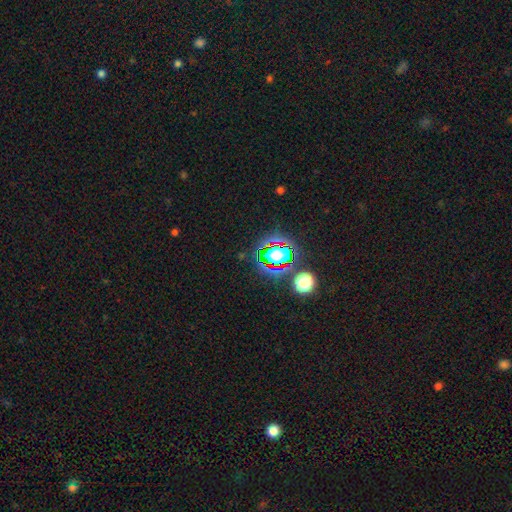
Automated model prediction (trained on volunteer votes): Overall: star or artifact (75%).